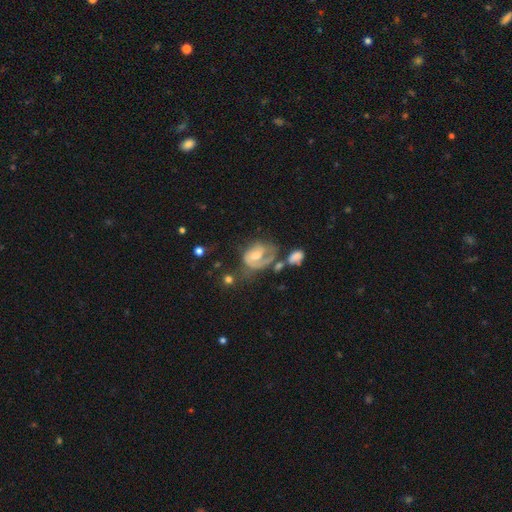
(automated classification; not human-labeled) Smooth or featured?
  - featured or disk: 73% *
  - smooth: 19%
  - star or artifact: 8%
Edge-on disk?
  - no: 97% *
  - yes: 3%
Bar?
  - no: 43% *
  - weak: 42%
  - strong: 15%
Spiral arms?
  - yes: 83% *
  - no: 17%
Spiral winding?
  - tight: 46% *
  - medium: 37%
  - loose: 16%
Spiral arm count?
  - 1: 39% *
  - 2: 37%
  - can't tell: 18%
  - 3: 3%
  - 4: 1%
  - more than 4: 1%
Bulge size?
  - moderate: 57% *
  - small: 32%
  - large: 6%
  - none: 4%
  - dominant: 1%
Merging?
  - none: 34% *
  - major disturbance: 27%
  - minor disturbance: 21%
  - merger: 18%